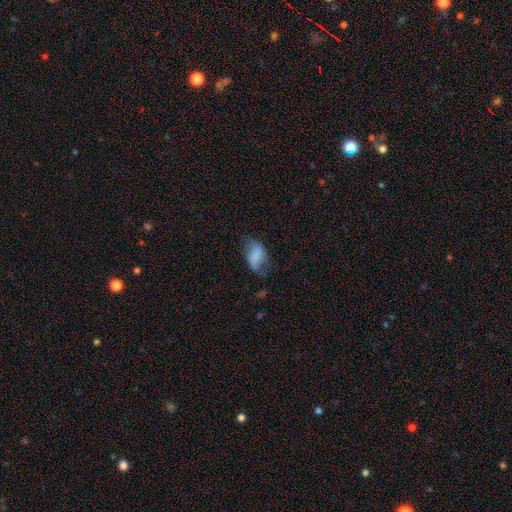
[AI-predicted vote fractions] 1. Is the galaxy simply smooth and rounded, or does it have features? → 66% smooth, 25% featured or disk, 9% star or artifact.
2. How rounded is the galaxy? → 91% in between, 7% round, 2% cigar-shaped.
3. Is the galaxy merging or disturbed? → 47% none, 29% minor disturbance, 21% major disturbance, 2% merger.